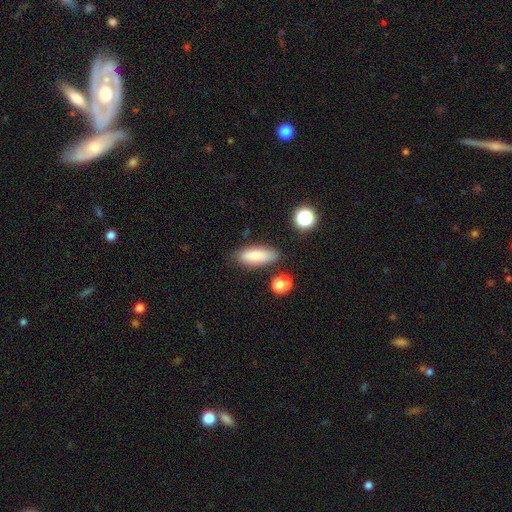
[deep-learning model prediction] This appears to be a smooth galaxy with no disk features (79%) that is in between round and cigar-shaped (71%). Merging: none (78%).